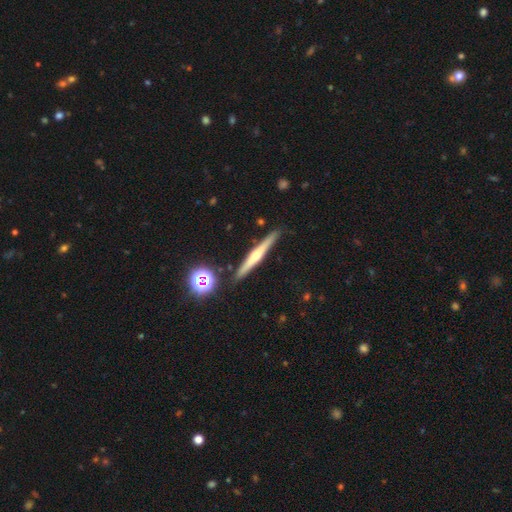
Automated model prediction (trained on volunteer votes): Q: Smooth or featured?
A: featured or disk (60%); runner-up: smooth (32%)
Q: Edge-on disk?
A: yes (97%); runner-up: no (3%)
Q: Edge-on bulge?
A: rounded (75%); runner-up: none (16%)
Q: Merging?
A: none (89%); runner-up: minor disturbance (8%)